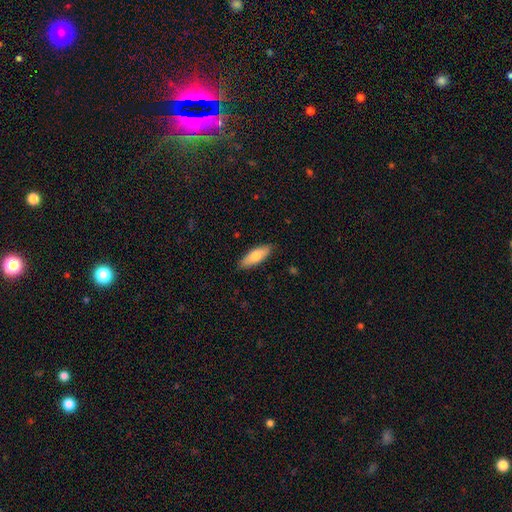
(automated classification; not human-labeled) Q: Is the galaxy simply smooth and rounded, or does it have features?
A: smooth — 75%.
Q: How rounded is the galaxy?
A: in between — 63%.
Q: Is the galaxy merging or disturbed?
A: none — 88%.